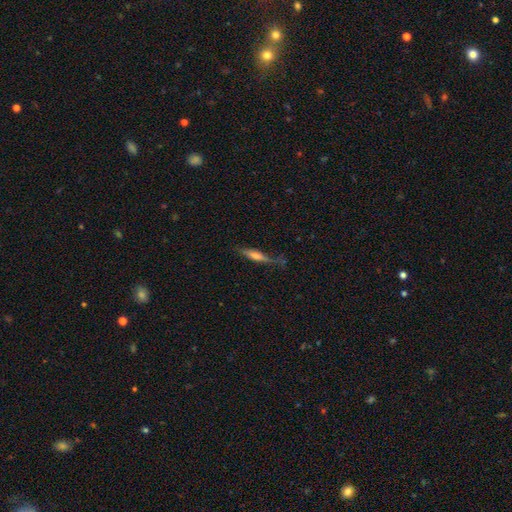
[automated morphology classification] Smooth or featured? Predicted: featured or disk (p=0.52). Edge-on disk? Predicted: yes (p=0.90). Merging? Predicted: none (p=0.61).